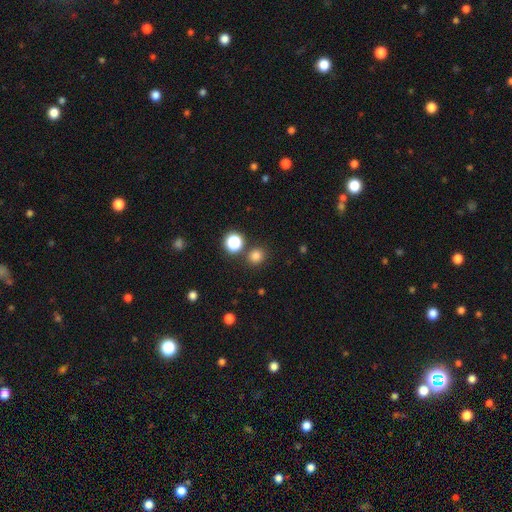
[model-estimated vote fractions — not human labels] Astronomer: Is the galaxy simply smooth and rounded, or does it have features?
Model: smooth — 79%.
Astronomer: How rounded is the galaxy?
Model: round — 84%.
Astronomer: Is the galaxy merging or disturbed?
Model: none — 84%.